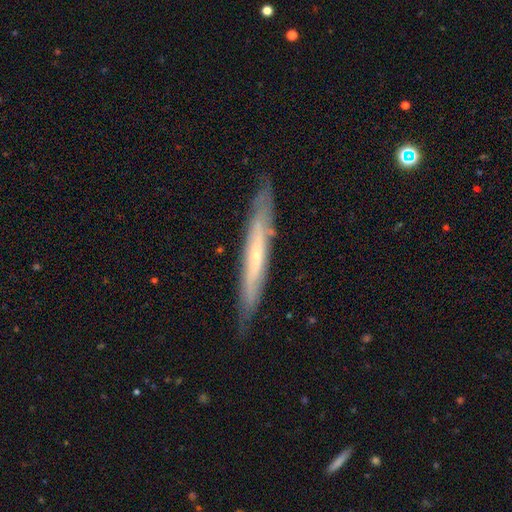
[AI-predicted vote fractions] Smooth or featured? Predicted: featured or disk (p=0.62). Edge-on disk? Predicted: yes (p=0.81). Edge-on bulge? Predicted: none (p=0.57). Merging? Predicted: none (p=0.83).